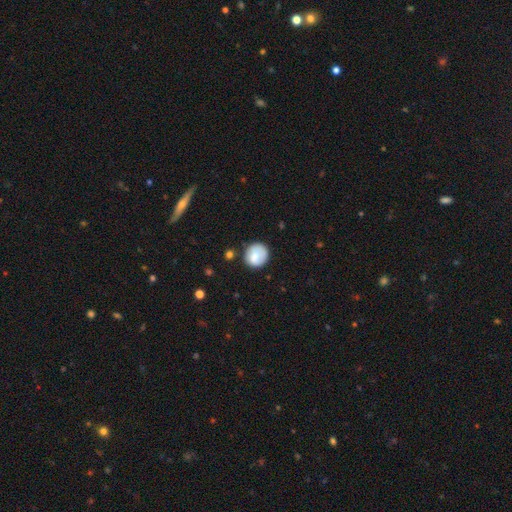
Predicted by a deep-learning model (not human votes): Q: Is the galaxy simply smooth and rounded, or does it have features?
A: smooth — 80%.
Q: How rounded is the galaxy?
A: round — 87%.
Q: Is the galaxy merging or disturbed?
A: none — 75%.